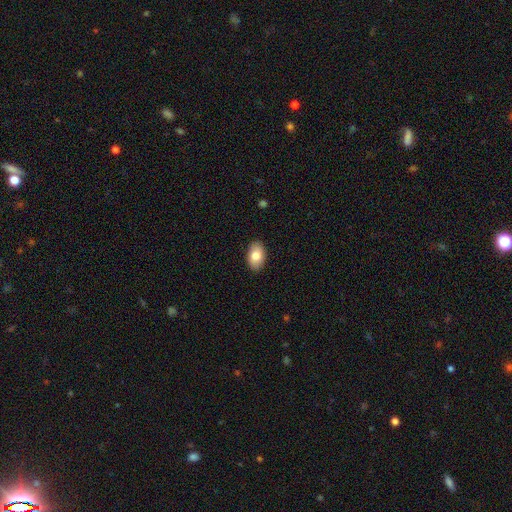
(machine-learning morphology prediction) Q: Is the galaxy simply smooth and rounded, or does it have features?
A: smooth — 82%.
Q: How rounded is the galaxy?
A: in between — 92%.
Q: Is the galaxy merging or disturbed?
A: none — 89%.